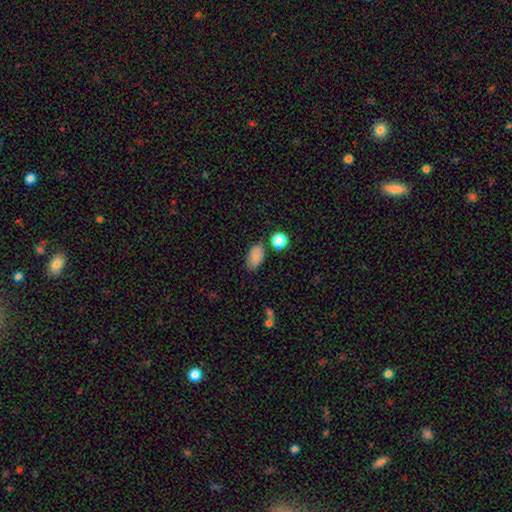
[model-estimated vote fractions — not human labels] Smooth or featured? Predicted: smooth (p=0.85). How rounded? Predicted: in between (p=0.89). Merging? Predicted: none (p=0.75).